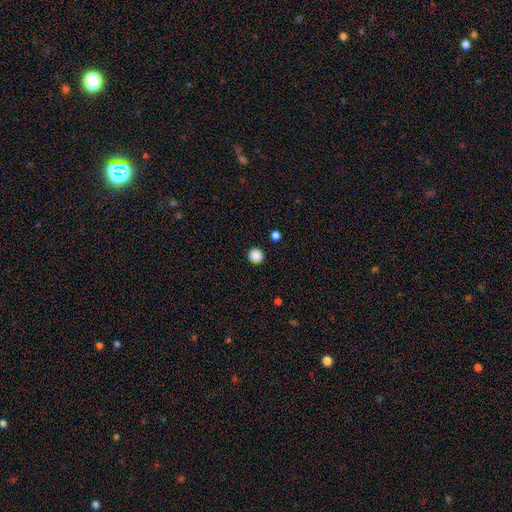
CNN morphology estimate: This appears to be a smooth galaxy with no disk features (87%) that is round (89%). Merging: none (90%).